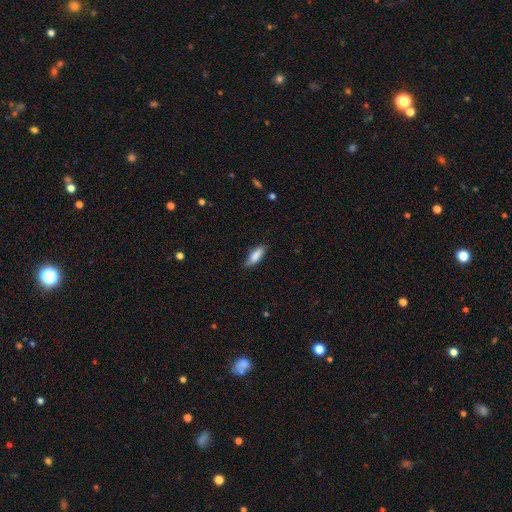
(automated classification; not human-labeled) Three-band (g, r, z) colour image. It shows a smooth galaxy with no disk features (85%) that is in between round and cigar-shaped (63%). Merging: none (78%).